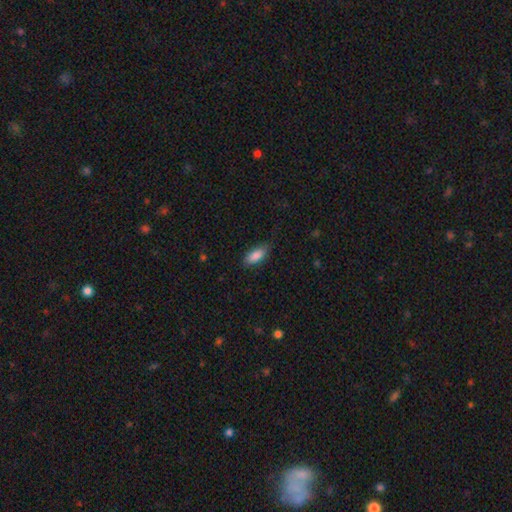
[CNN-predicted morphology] A smooth galaxy with no disk features (86%) that is in between round and cigar-shaped (84%).

Vote fractions:
- Smooth or featured? smooth: 86% / featured or disk: 7% / star or artifact: 6%
- How rounded? in between: 84% / cigar-shaped: 14% / round: 2%
- Merging? none: 76% / minor disturbance: 19% / major disturbance: 4% / merger: 1%